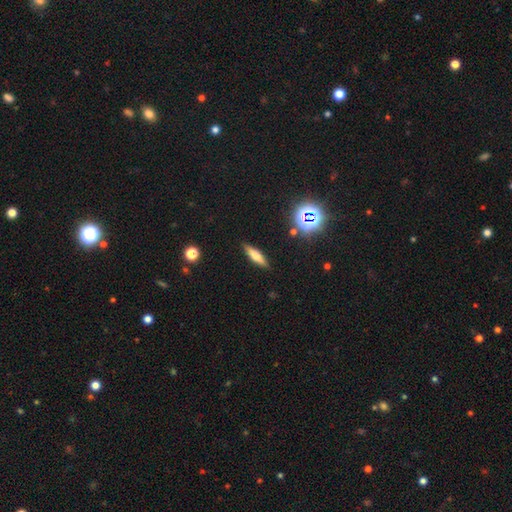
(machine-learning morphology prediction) The model was most divided on "smooth or featured": smooth: 49%, featured or disk: 40%, star or artifact: 11%. More confident: merging — none (89%).